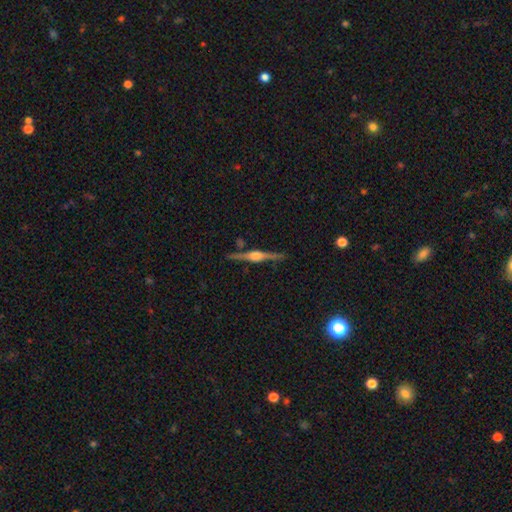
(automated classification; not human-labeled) Overall: featured or disk (85%). Edge-on disk: yes (98%). Edge-on bulge: rounded (89%). Merging: none (88%).